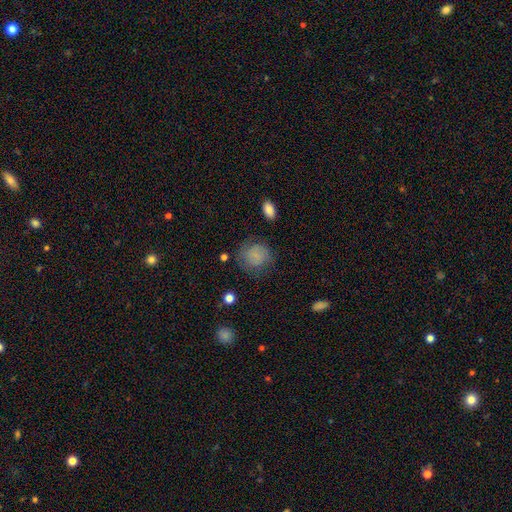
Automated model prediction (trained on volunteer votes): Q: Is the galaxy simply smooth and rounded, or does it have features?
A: smooth — 77%.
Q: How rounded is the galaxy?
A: round — 80%.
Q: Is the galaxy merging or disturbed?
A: none — 69%.